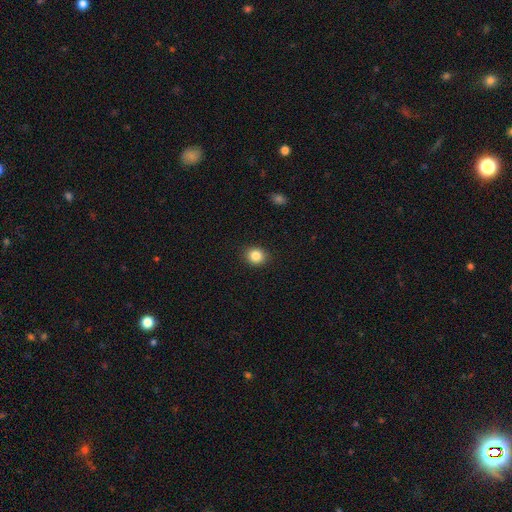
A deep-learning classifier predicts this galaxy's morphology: A smooth galaxy with no disk features (85%) that is round (75%). Merging: none (90%).